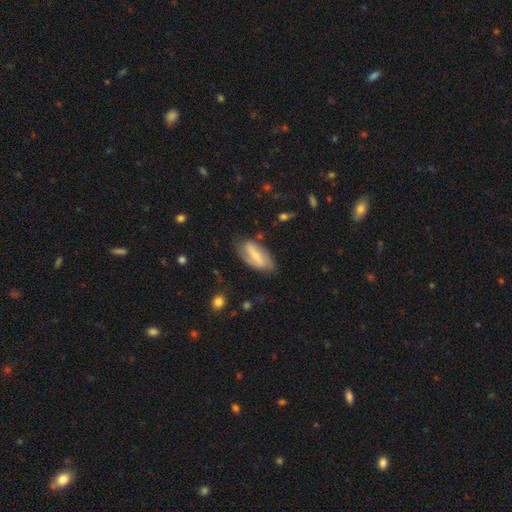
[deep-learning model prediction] This is likely a featured or disk galaxy (64%). It is clearly not viewed edge-on (89%). Bar: possibly strong (55%). Spiral arm pattern: clearly yes (81%). Central bulge: likely small (61%). Merging: likely none (69%).